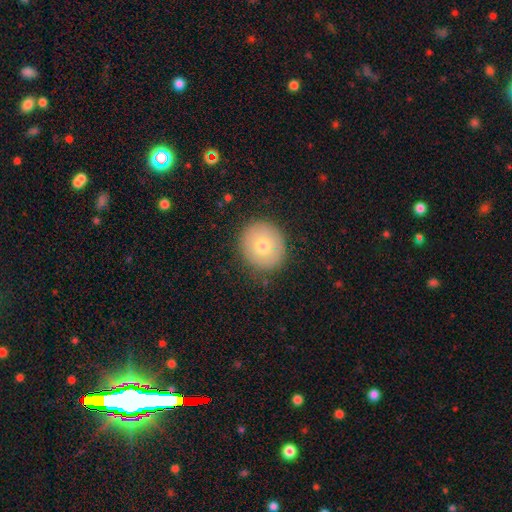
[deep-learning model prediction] Smooth or featured? Predicted: smooth (p=0.71). How rounded? Predicted: round (p=0.85). Merging? Predicted: none (p=0.88).